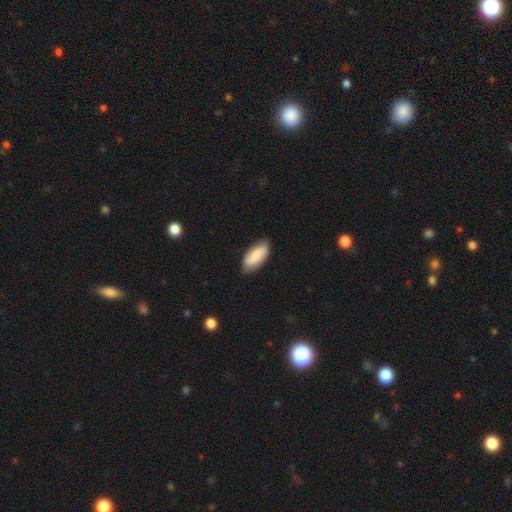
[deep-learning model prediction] This is likely a smooth galaxy (71%). How rounded: clearly in between (91%). Merging: clearly none (83%).